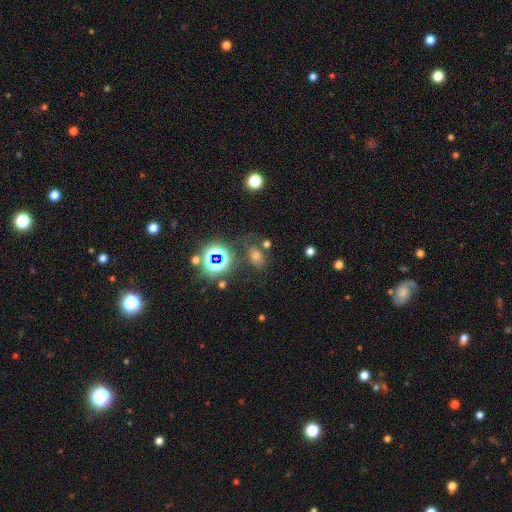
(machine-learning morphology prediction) A smooth galaxy with no disk features (48%). Merging: none (67%).